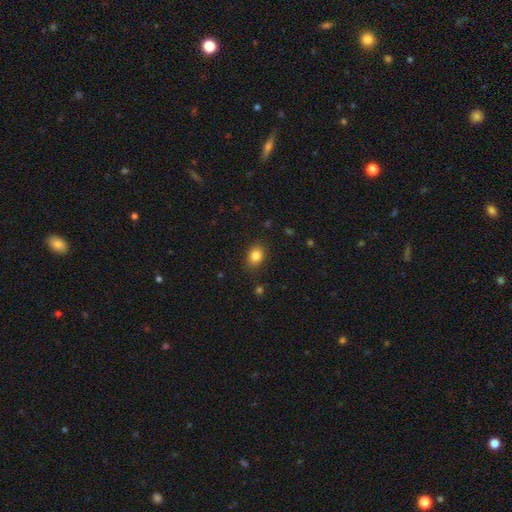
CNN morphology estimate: Smooth or featured?
  - smooth: 84% *
  - star or artifact: 10%
  - featured or disk: 6%
How rounded?
  - in between: 61% *
  - round: 38%
  - cigar-shaped: 1%
Merging?
  - none: 85% *
  - minor disturbance: 11%
  - major disturbance: 3%
  - merger: 1%